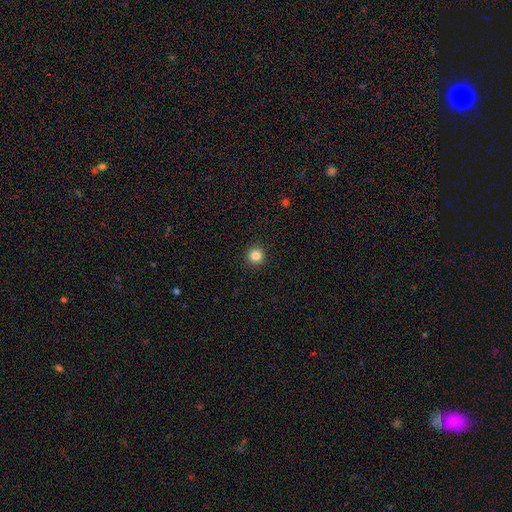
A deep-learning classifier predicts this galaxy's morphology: Smooth or featured: smooth — 84% (star or artifact — 11%)
How rounded: round — 95% (in between — 4%)
Merging: none — 93% (minor disturbance — 5%)